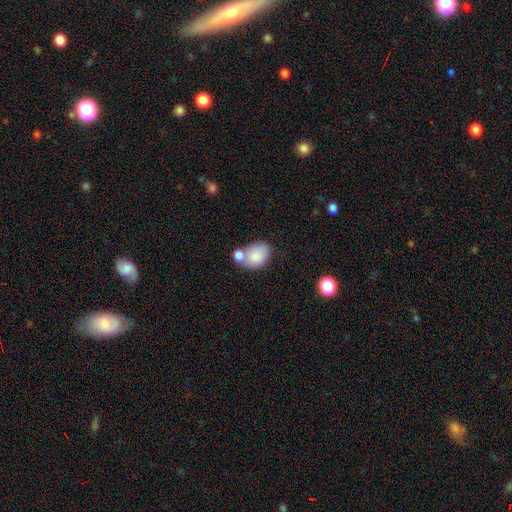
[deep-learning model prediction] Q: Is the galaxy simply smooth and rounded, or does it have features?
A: smooth — 83%.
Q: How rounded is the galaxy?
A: in between — 72%.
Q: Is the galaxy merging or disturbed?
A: merger — 42%.